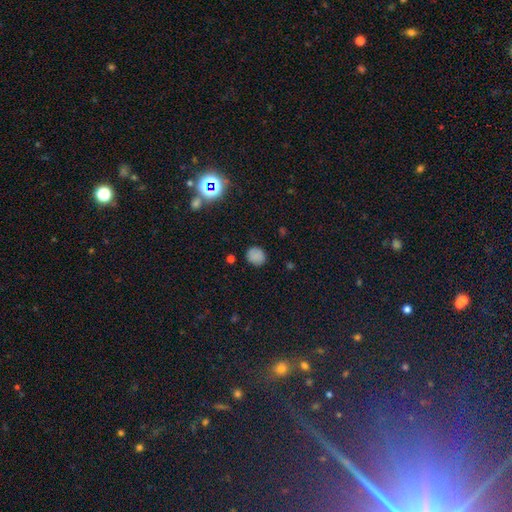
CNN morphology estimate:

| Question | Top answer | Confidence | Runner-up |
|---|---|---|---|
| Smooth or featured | smooth | 80% | star or artifact (15%) |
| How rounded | round | 77% | in between (22%) |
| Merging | none | 83% | minor disturbance (12%) |